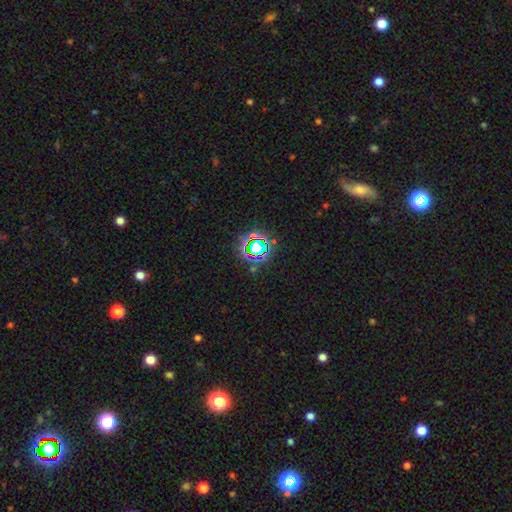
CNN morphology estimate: This is likely a star or artifact rather than a galaxy (69%).